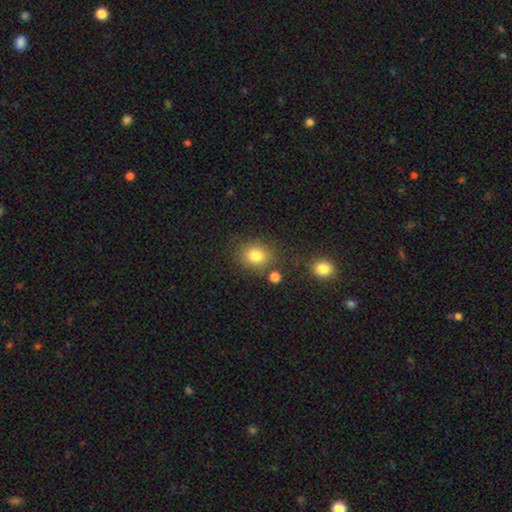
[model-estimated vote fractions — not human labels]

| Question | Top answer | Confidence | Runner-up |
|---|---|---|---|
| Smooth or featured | smooth | 81% | star or artifact (12%) |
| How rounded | round | 72% | in between (27%) |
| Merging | none | 76% | minor disturbance (12%) |